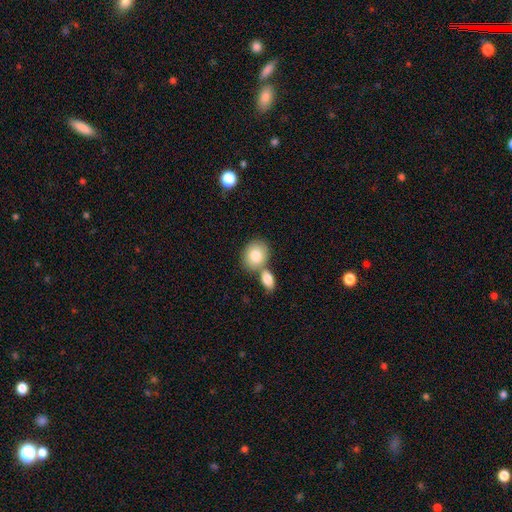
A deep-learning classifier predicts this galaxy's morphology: A smooth galaxy with no disk features (81%) that is round (54%).

Vote fractions:
- Smooth or featured? smooth: 81% / featured or disk: 12% / star or artifact: 7%
- How rounded? round: 54% / in between: 44% / cigar-shaped: 1%
- Merging? none: 48% / merger: 38% / minor disturbance: 10% / major disturbance: 3%